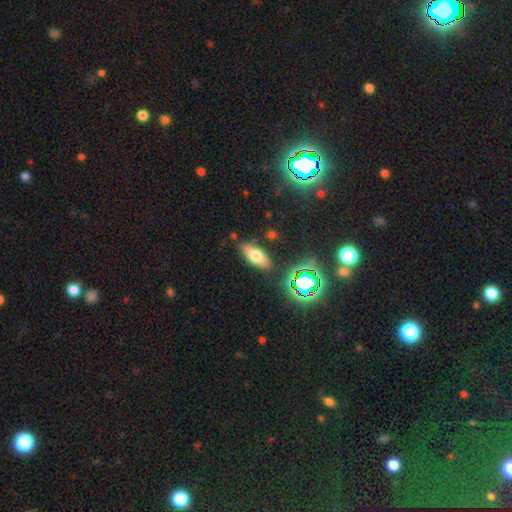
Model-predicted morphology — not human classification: Smooth or featured? smooth (64%)
How rounded? in between (76%)
Merging? none (82%)